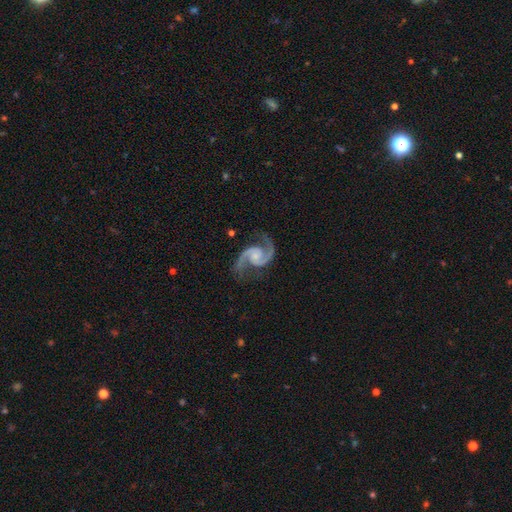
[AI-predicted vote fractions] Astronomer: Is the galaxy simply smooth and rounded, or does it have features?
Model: featured or disk — 94%.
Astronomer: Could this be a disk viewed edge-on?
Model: no — 98%.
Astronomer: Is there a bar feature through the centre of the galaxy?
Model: no — 63%.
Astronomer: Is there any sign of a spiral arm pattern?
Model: yes — 99%.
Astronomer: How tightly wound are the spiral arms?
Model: medium — 64%.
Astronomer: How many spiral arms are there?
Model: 2 — 95%.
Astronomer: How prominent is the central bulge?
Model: small — 55%.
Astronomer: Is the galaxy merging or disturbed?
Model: none — 79%.